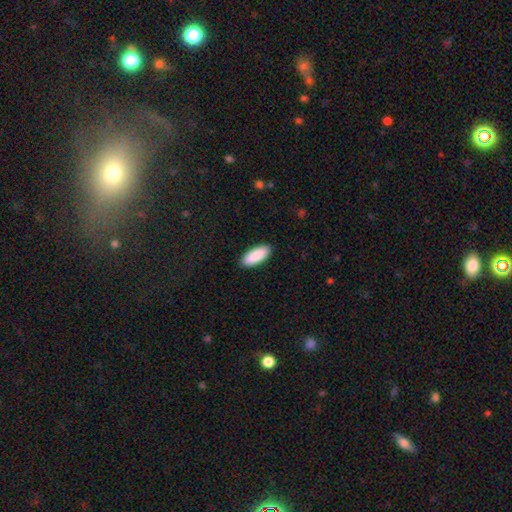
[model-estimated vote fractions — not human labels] Overall: smooth (91%). How rounded: in between (83%). Merging: none (90%).